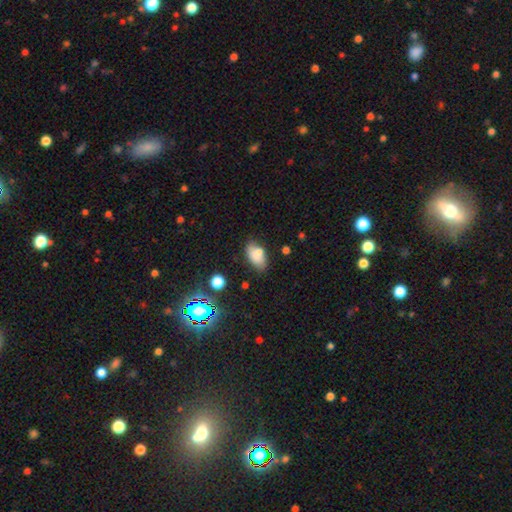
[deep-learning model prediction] The model was most divided on "merging": none: 65%, minor disturbance: 21%, merger: 8%, major disturbance: 5%. More confident: how rounded — in between (91%); smooth or featured — smooth (77%).